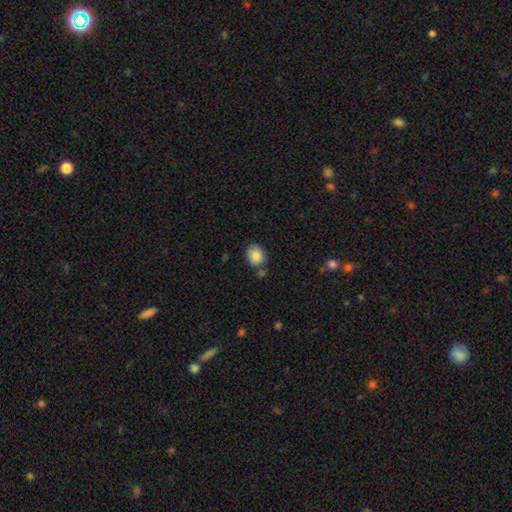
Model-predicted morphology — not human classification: Smooth or featured?
  - smooth: 87% *
  - star or artifact: 8%
  - featured or disk: 5%
How rounded?
  - in between: 57% *
  - round: 42%
  - cigar-shaped: 1%
Merging?
  - none: 69% *
  - minor disturbance: 17%
  - merger: 9%
  - major disturbance: 5%